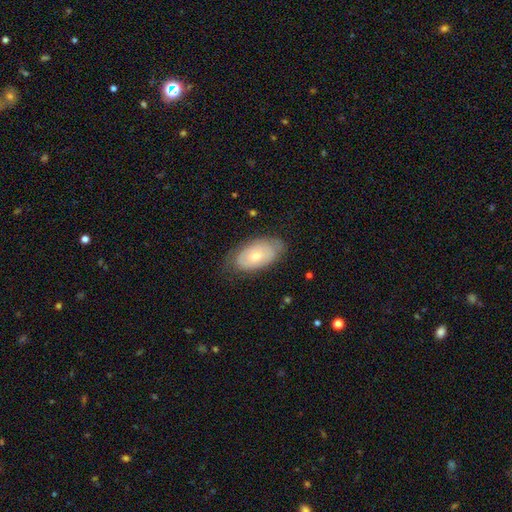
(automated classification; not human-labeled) Morphology: type=smooth (50%); merging=none (69%).